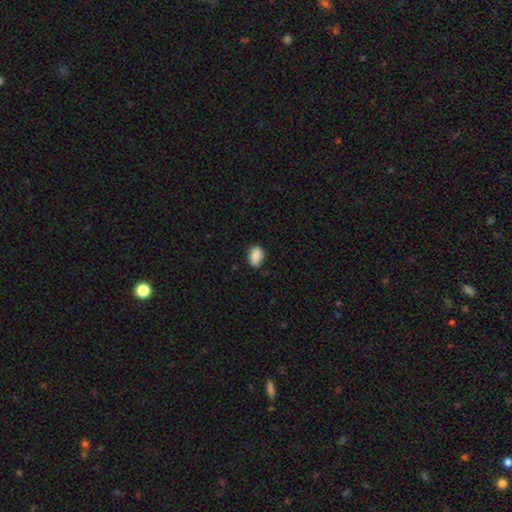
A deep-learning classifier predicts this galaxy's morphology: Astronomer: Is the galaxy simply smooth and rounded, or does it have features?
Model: smooth — 88%.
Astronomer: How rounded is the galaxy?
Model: in between — 85%.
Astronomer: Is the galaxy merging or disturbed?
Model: none — 77%.